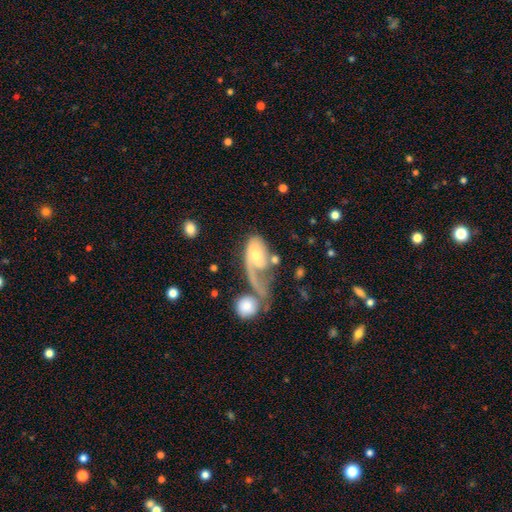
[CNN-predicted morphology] A featured or disk galaxy (59%) with no bar (62%), spiral arms (73%) and a moderate central bulge (49%). Merging: major disturbance (38%).